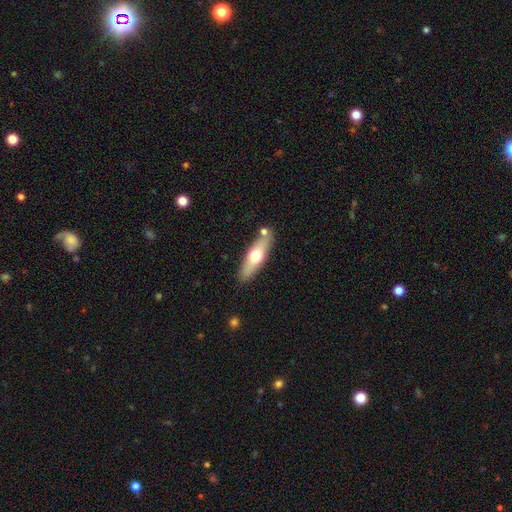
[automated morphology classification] smooth 54%, featured or disk 40%, star or artifact 5%. Down the decision tree: how rounded — cigar-shaped (59%); merging — none (79%).